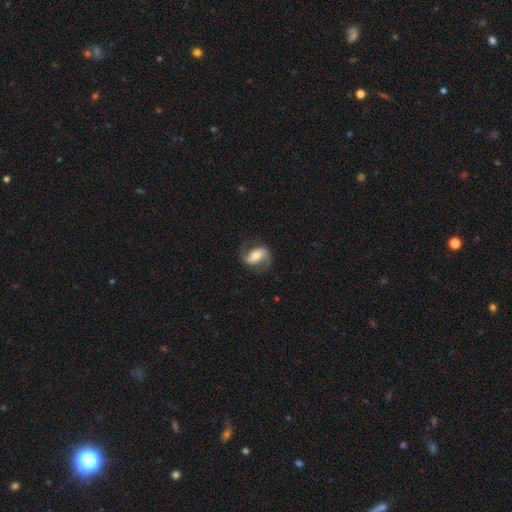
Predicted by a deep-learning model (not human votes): This appears to be a featured or disk galaxy (76%) with a strong bar (37%), 2 (90%) medium (46%) spiral arms (93%) and a moderate central bulge (59%). Merging: none (76%).